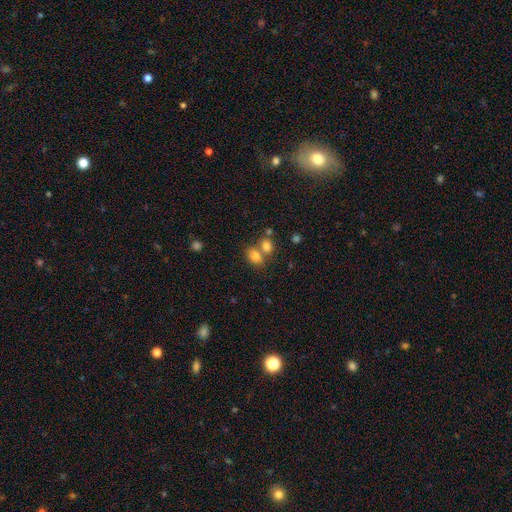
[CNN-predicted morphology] smooth_or_featured: smooth (p=0.80) [alt: star or artifact p=0.11]
how_rounded: in between (p=0.75) [alt: round p=0.23]
merging: merger (p=0.43) [tied with: none p=0.43]